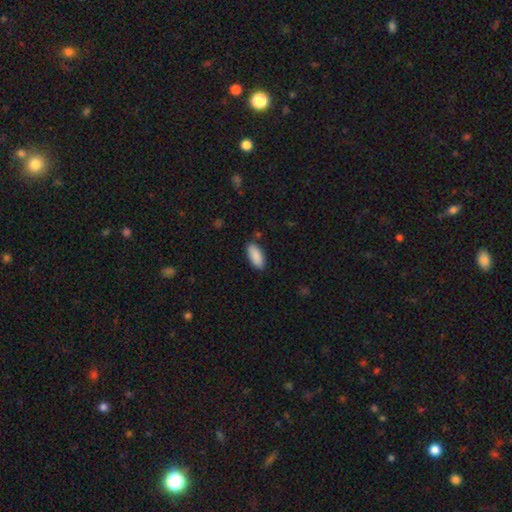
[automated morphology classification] The model was most divided on "merging": none: 86%, minor disturbance: 10%, major disturbance: 2%, merger: 1%. More confident: smooth or featured — smooth (90%); how rounded — in between (87%).